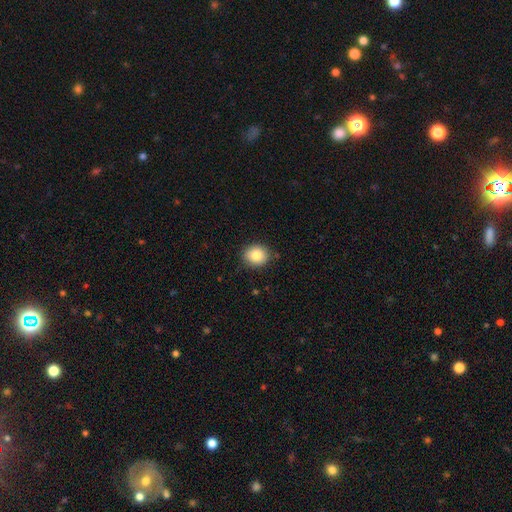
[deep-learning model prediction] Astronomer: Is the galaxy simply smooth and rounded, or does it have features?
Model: smooth — 84%.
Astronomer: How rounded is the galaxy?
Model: round — 75%.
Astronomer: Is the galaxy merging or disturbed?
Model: none — 85%.